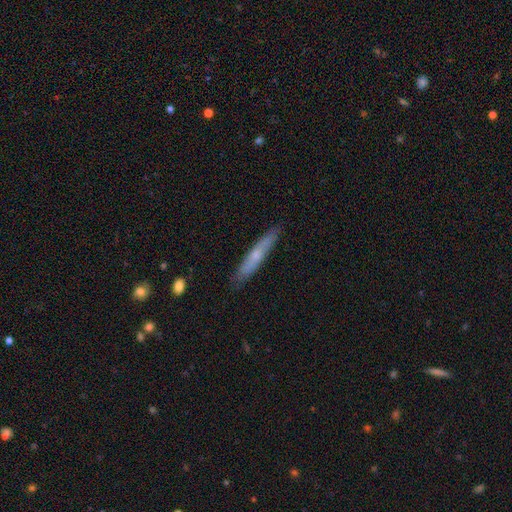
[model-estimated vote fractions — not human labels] Morphology: type=smooth (52%); roundness=cigar-shaped (93%); merging=none (86%).